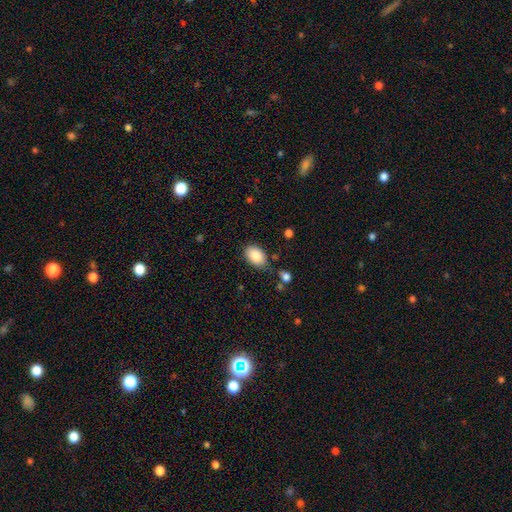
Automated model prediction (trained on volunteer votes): Morphology: type=smooth (87%); roundness=in between (88%); merging=none (72%).